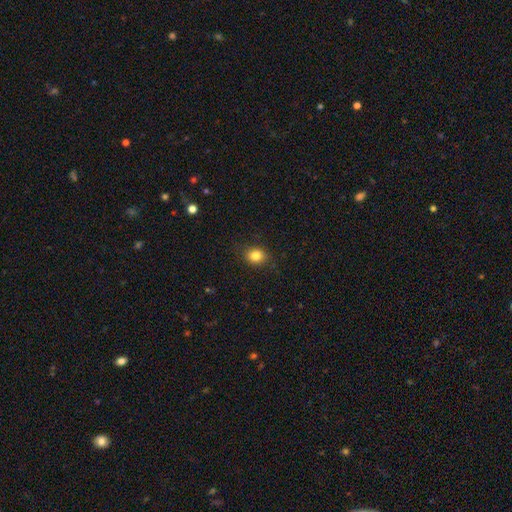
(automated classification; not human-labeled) Overall: smooth (83%). How rounded: round (57%; in between 42%). Merging: none (87%).